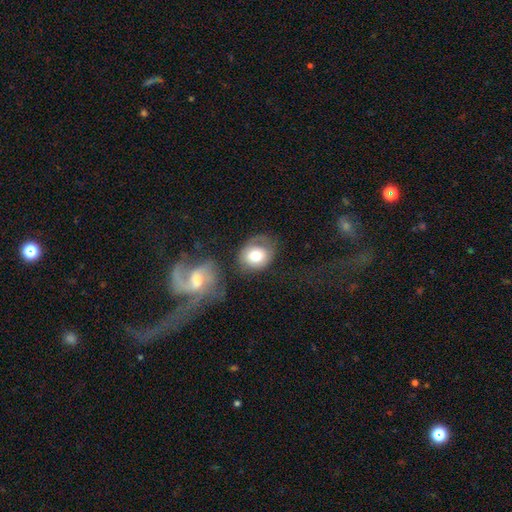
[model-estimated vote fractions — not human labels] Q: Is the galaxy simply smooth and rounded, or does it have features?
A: smooth — 67%.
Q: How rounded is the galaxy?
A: round — 62%.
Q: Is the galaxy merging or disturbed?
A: none — 52%.